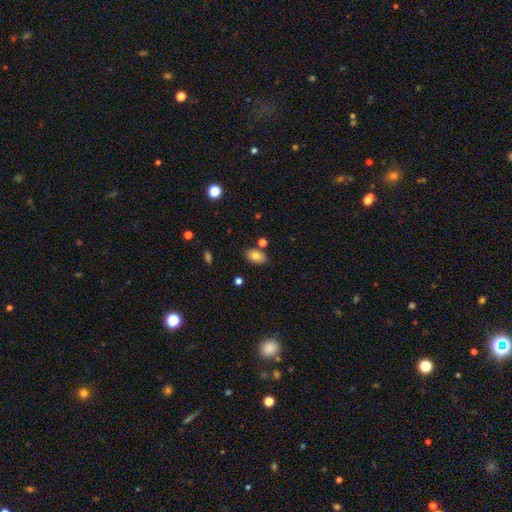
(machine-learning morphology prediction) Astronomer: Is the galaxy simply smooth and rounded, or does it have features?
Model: smooth — 79%.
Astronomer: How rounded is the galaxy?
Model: in between — 89%.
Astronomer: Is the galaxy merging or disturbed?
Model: none — 79%.